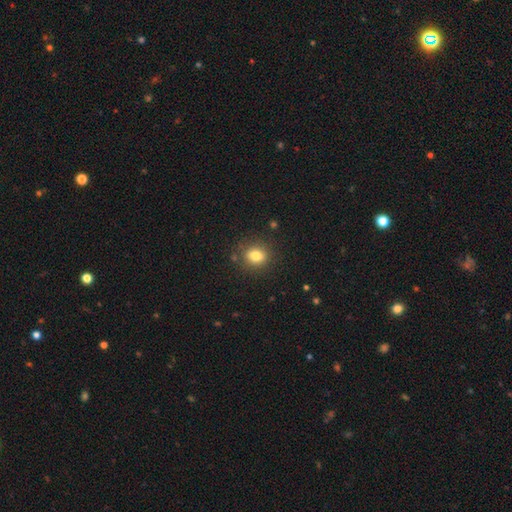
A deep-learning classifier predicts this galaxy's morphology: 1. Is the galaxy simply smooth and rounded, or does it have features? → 81% smooth, 12% star or artifact, 8% featured or disk.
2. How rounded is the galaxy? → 62% round, 37% in between, 1% cigar-shaped.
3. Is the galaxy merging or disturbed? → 85% none, 10% minor disturbance, 3% major disturbance, 2% merger.